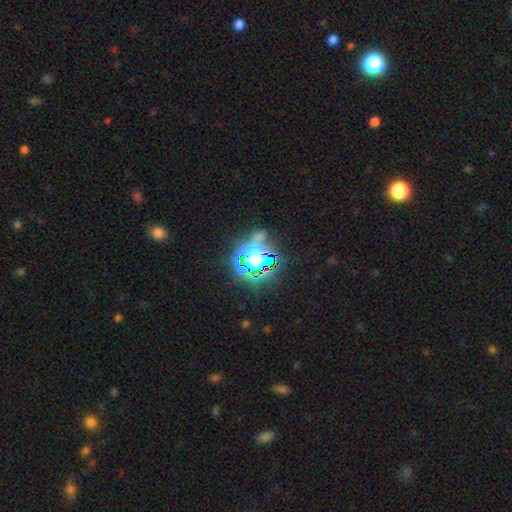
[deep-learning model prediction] smooth-or-featured: star or artifact: 70% | smooth: 19% | featured or disk: 11%